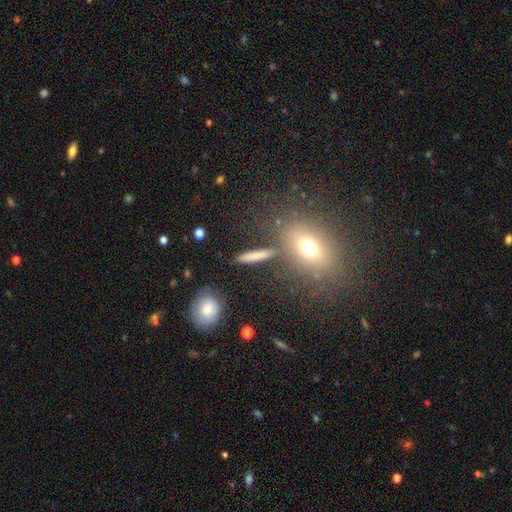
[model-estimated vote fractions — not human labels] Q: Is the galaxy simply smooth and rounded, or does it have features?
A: smooth — 72%.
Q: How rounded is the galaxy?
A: cigar-shaped — 79%.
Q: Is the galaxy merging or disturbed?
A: none — 82%.